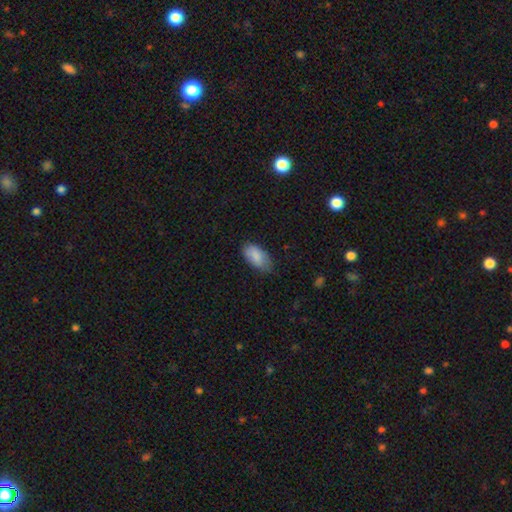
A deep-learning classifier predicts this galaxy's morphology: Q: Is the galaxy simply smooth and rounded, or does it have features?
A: smooth — 85%.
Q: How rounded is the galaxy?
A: in between — 94%.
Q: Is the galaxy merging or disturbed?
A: none — 70%.